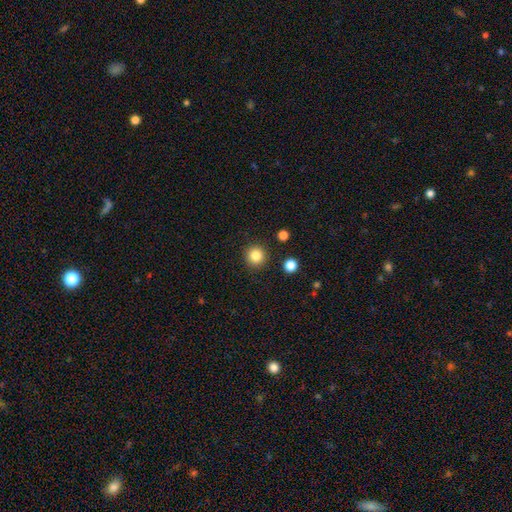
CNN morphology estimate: type=smooth (84%); roundness=round (94%); merging=none (91%).